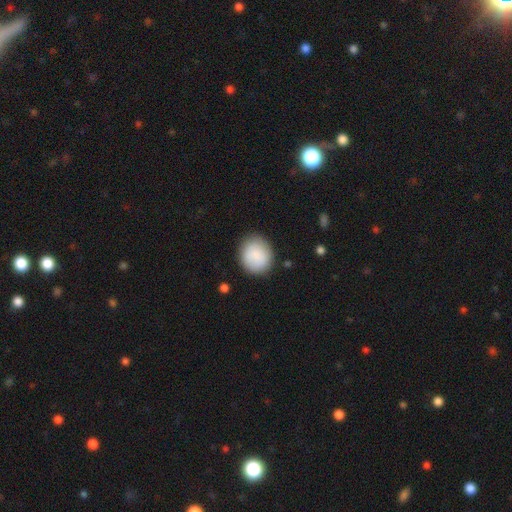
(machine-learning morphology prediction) Q: Smooth or featured?
A: smooth (86%); runner-up: featured or disk (7%)
Q: How rounded?
A: round (72%); runner-up: in between (27%)
Q: Merging?
A: none (83%); runner-up: minor disturbance (12%)